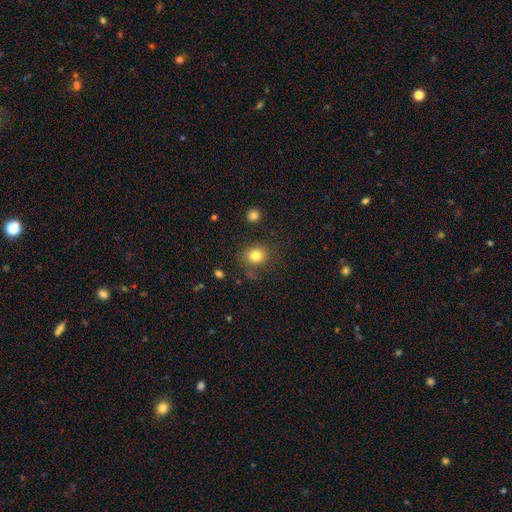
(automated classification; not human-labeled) Morphology: type=smooth (81%); roundness=round (76%); merging=none (78%).